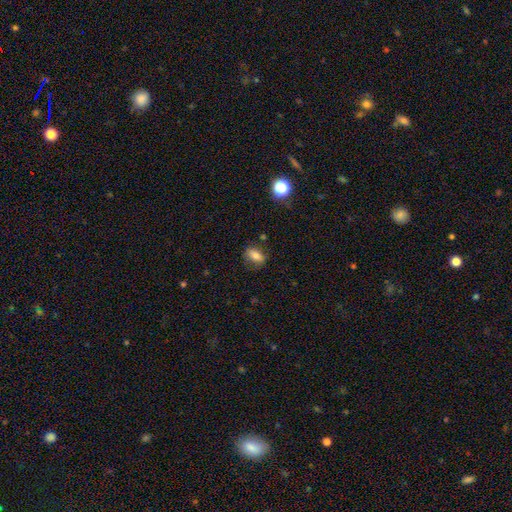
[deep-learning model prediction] A smooth galaxy with no disk features (76%) that is in between round and cigar-shaped (80%).

Vote fractions:
- Smooth or featured? smooth: 76% / featured or disk: 13% / star or artifact: 11%
- How rounded? in between: 80% / round: 16% / cigar-shaped: 4%
- Merging? none: 74% / minor disturbance: 18% / major disturbance: 5% / merger: 2%